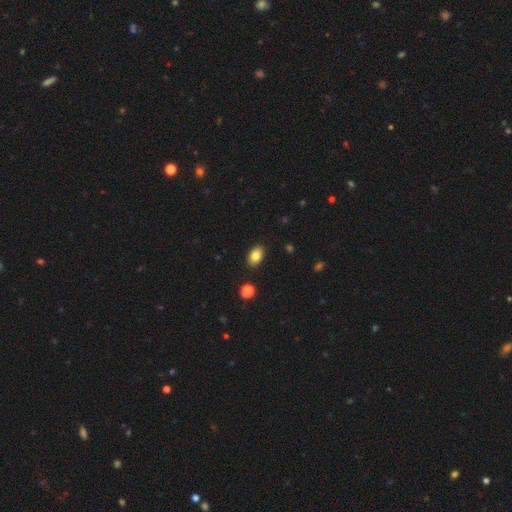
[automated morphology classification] Overall: smooth (83%). How rounded: in between (87%). Merging: none (88%).